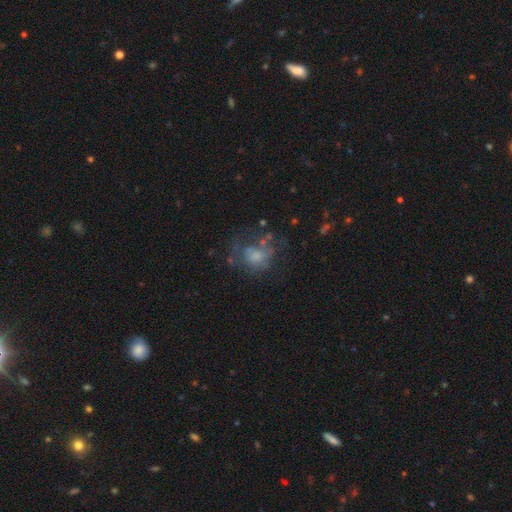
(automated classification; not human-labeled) Smooth or featured? featured or disk (45%)
Merging? none (46%)